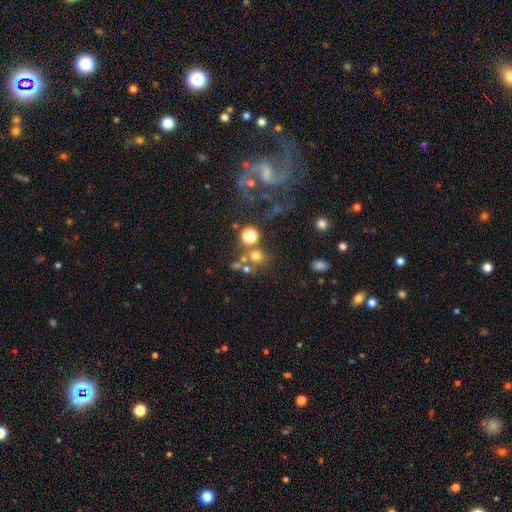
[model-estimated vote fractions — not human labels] Morphology: type=smooth (65%); roundness=round (87%); merging=none (63%).